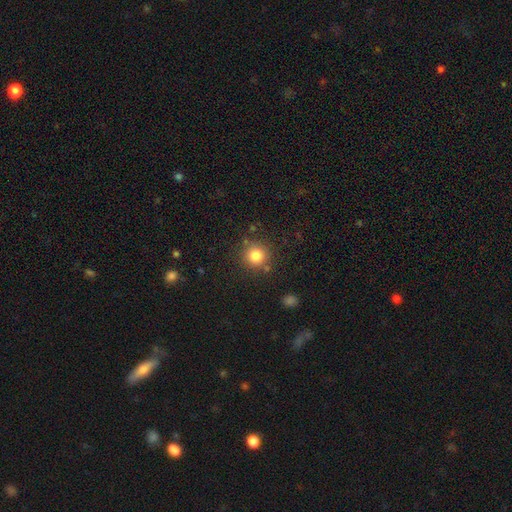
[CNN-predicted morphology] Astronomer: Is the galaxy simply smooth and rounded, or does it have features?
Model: smooth — 81%.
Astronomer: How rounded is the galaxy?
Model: round — 94%.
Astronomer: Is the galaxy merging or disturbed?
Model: none — 83%.